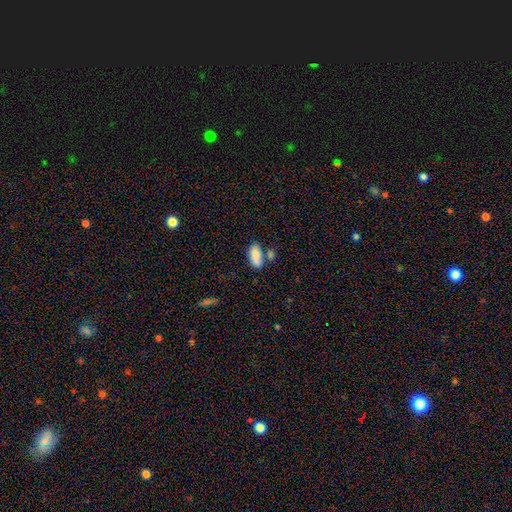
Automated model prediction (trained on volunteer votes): Overall: smooth (84%). How rounded: in between (90%). Merging: none (56%; merger 21%).